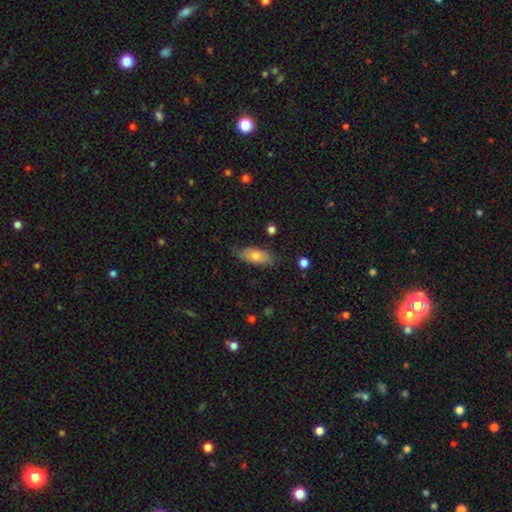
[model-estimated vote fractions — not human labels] Smooth or featured? smooth (73%)
How rounded? in between (80%)
Merging? none (75%)